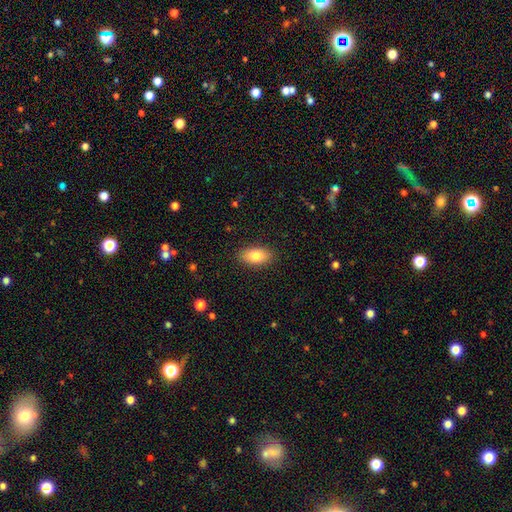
Overall: smooth (87%). How rounded: in between (97%). Merging: none (86%).